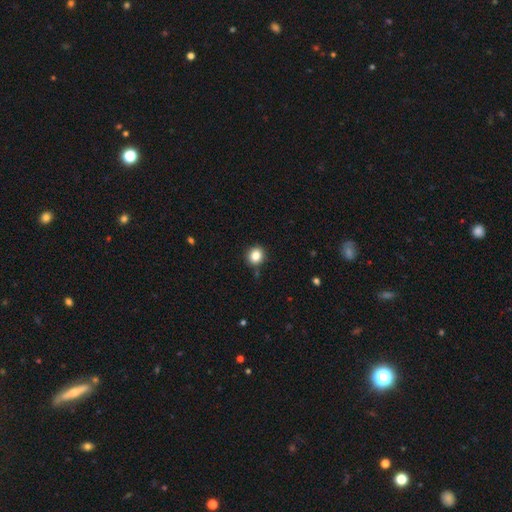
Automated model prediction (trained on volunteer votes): This is clearly a smooth galaxy (84%). How rounded: clearly round (80%). Merging: clearly none (86%).